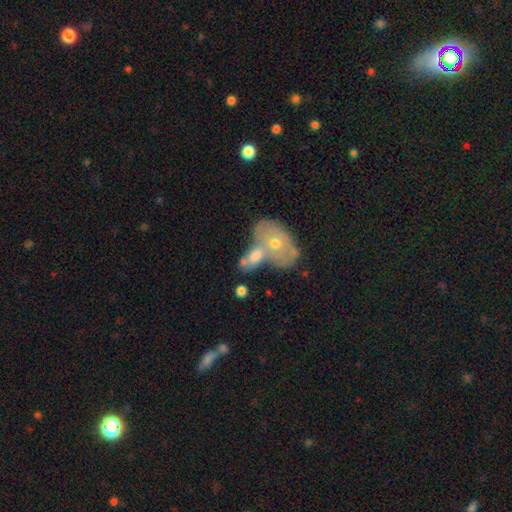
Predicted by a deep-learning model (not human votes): This appears to be a smooth galaxy with no disk features (56%) that is in between round and cigar-shaped (85%). Merging: merger (64%).